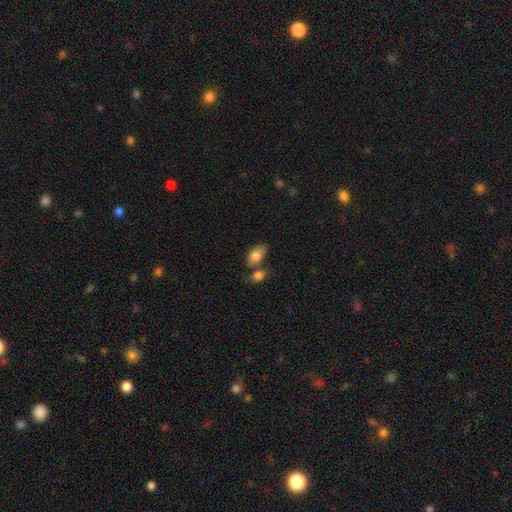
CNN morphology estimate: A smooth galaxy with no disk features (80%) that is in between round and cigar-shaped (90%).

Vote fractions:
- Smooth or featured? smooth: 80% / featured or disk: 13% / star or artifact: 7%
- How rounded? in between: 90% / round: 8% / cigar-shaped: 2%
- Merging? none: 49% / merger: 32% / minor disturbance: 14% / major disturbance: 5%